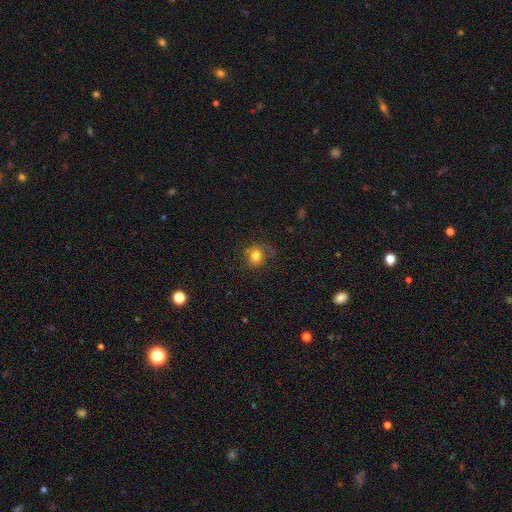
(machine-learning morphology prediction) smooth_or_featured: smooth (p=0.77) [alt: star or artifact p=0.11]
how_rounded: round (p=0.81) [alt: in between p=0.18]
merging: none (p=0.64) [alt: minor disturbance p=0.21]